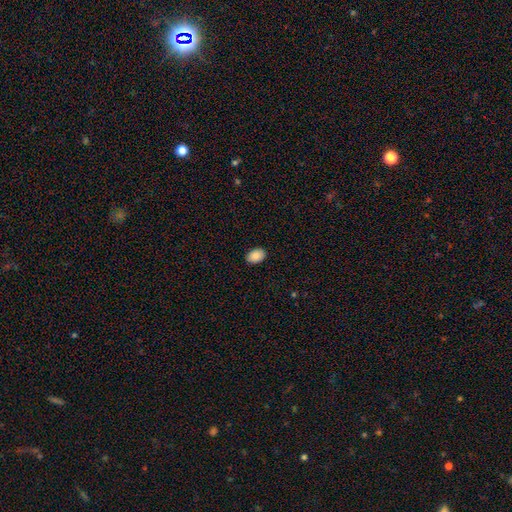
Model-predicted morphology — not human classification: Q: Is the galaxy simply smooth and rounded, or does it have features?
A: smooth — 89%.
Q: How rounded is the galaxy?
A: in between — 85%.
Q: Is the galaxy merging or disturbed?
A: none — 90%.